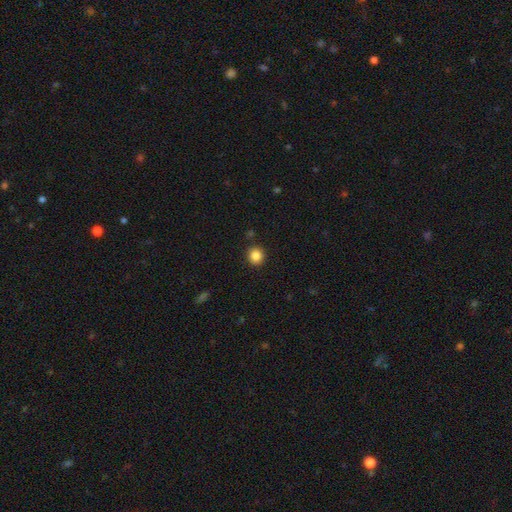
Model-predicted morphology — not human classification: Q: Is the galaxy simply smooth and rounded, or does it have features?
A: smooth — 85%.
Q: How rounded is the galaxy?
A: round — 88%.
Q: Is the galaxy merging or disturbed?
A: none — 90%.